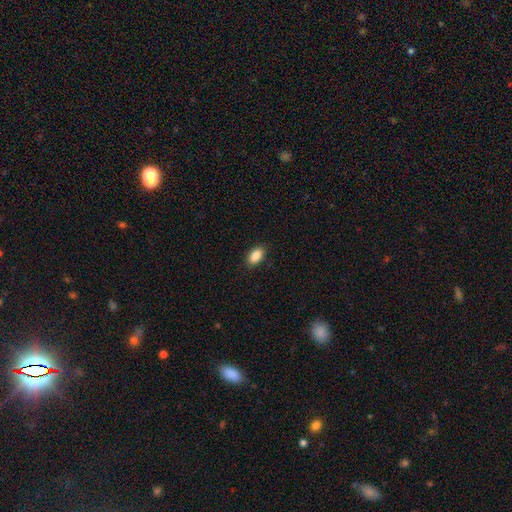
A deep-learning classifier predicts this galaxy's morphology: This appears to be a smooth galaxy with no disk features (88%) that is in between round and cigar-shaped (92%). Merging: none (89%).